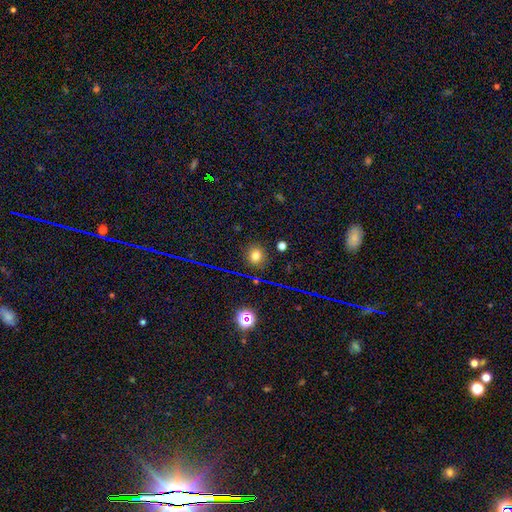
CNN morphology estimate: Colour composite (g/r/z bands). It shows a smooth galaxy with no disk features (73%) that is round (72%). Merging: none (85%).